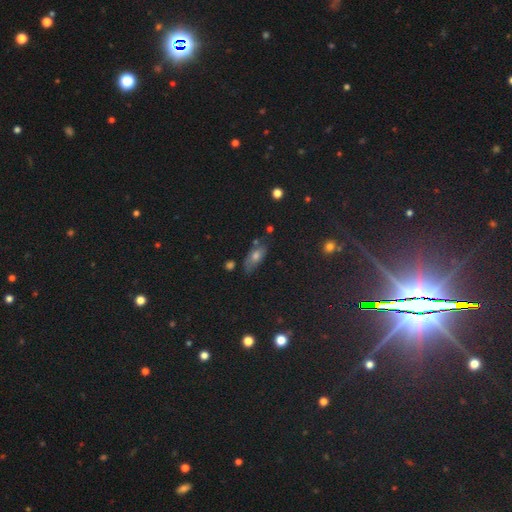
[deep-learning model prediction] Smooth or featured? Predicted: smooth (p=0.56). How rounded? Predicted: in between (p=0.77). Merging? Predicted: none (p=0.65).